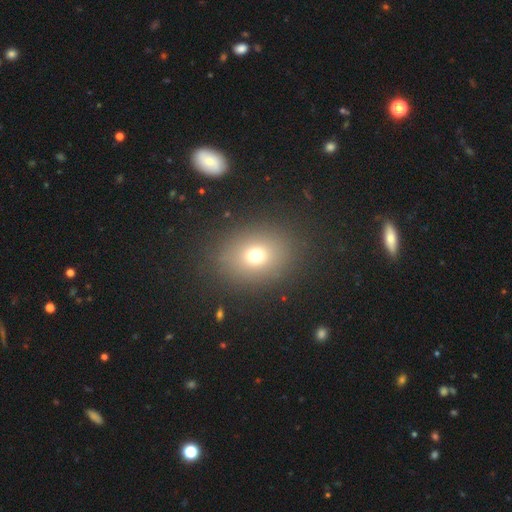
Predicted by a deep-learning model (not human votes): smooth 71%, star or artifact 17%, featured or disk 12%. Down the decision tree: how rounded — round (51%); merging — none (85%).